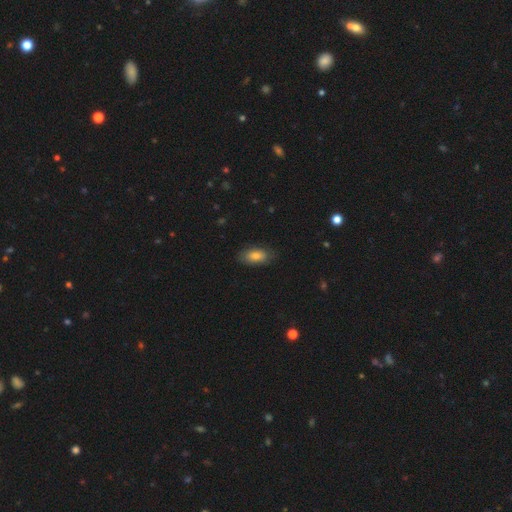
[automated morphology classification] The model was most divided on "smooth or featured": smooth: 76%, featured or disk: 15%, star or artifact: 9%. More confident: how rounded — in between (89%); merging — none (80%).